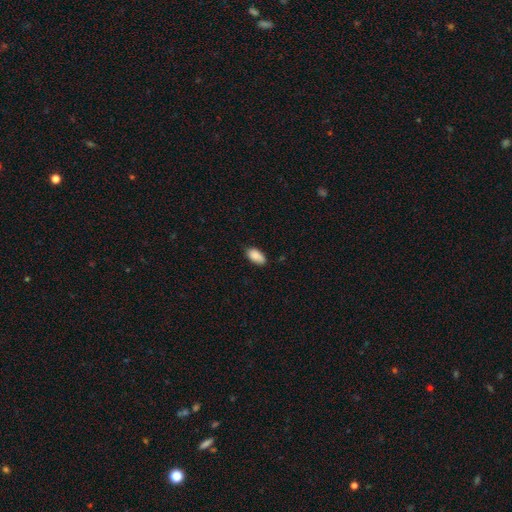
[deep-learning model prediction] smooth 89%, star or artifact 7%, featured or disk 5%. Down the decision tree: how rounded — in between (93%); merging — none (78%).